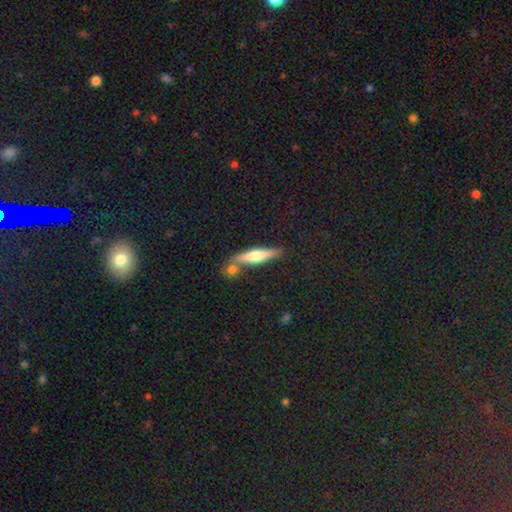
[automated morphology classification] Overall: smooth (47%; featured or disk 44%). Merging: none (70%).